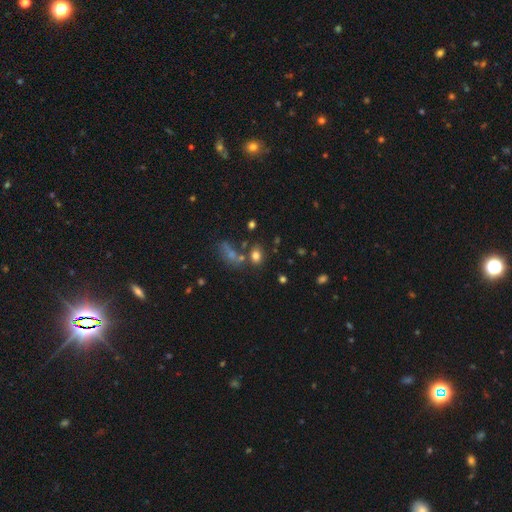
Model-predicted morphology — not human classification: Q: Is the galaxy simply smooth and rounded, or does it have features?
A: smooth — 75%.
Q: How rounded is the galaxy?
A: in between — 61%.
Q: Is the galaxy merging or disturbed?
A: none — 63%.